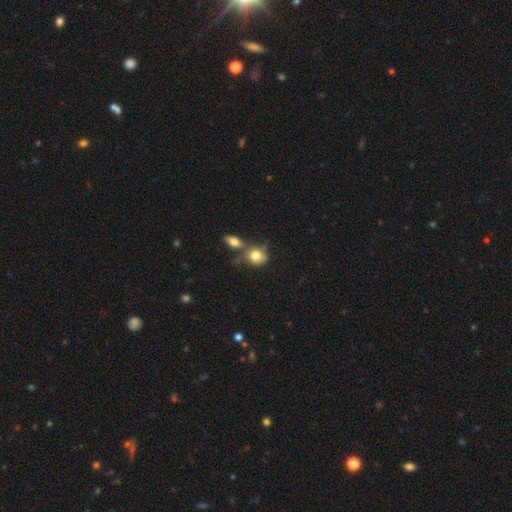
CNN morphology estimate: Smooth or featured?
  - smooth: 77% *
  - featured or disk: 14%
  - star or artifact: 9%
How rounded?
  - round: 63% *
  - in between: 36%
  - cigar-shaped: 2%
Merging?
  - merger: 40% *
  - none: 37%
  - minor disturbance: 15%
  - major disturbance: 8%